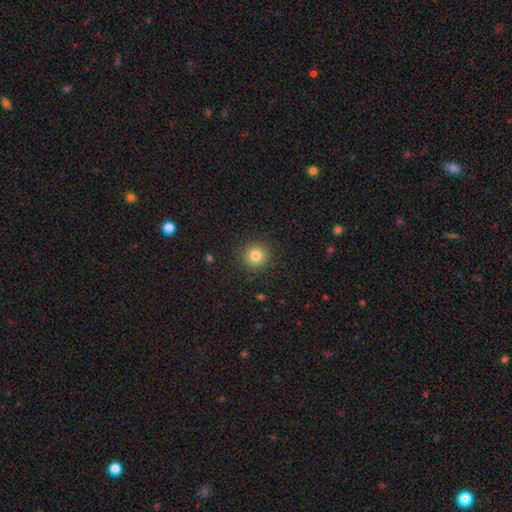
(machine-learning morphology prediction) smooth 82%, star or artifact 12%, featured or disk 6%. Down the decision tree: how rounded — round (94%); merging — none (91%).